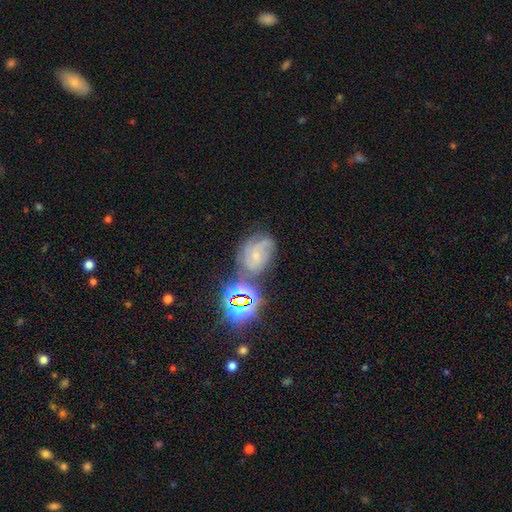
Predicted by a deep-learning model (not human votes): smooth_or_featured: featured or disk (p=0.60) [alt: star or artifact p=0.25]
disk_edge_on: no (p=0.97) [alt: yes p=0.03]
bar: no (p=0.69) [alt: weak p=0.25]
has_spiral_arms: yes (p=0.93) [alt: no p=0.07]
spiral_winding: tight (p=0.48) [alt: medium p=0.40]
spiral_arm_count: 3 (p=0.37) [alt: can't tell p=0.26]
bulge_size: small (p=0.74) [alt: moderate p=0.19]
merging: none (p=0.54) [alt: minor disturbance p=0.23]